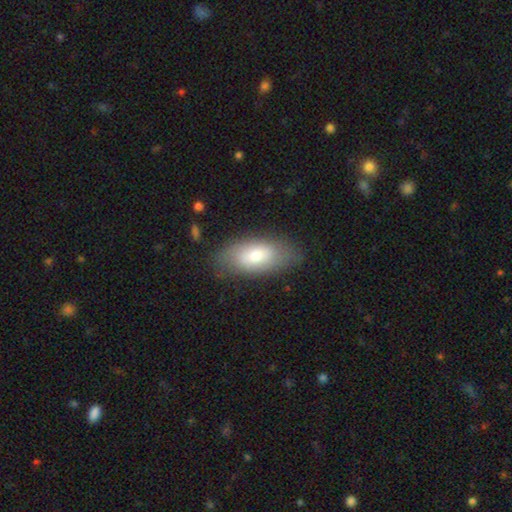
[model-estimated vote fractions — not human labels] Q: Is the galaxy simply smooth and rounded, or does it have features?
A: smooth — 70%.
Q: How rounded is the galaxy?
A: in between — 89%.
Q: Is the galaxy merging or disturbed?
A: none — 79%.